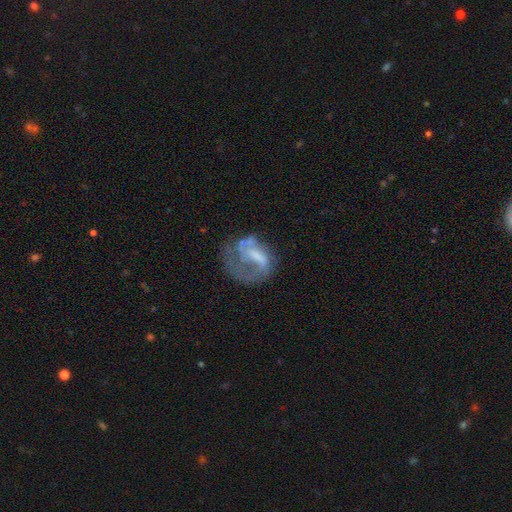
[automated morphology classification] smooth_or_featured: featured or disk (p=0.66) [alt: smooth p=0.25]
disk_edge_on: no (p=0.97) [alt: yes p=0.03]
bar: no (p=0.44) [alt: weak p=0.40]
has_spiral_arms: yes (p=0.64) [alt: no p=0.36]
bulge_size: none (p=0.39) [alt: moderate p=0.28]
merging: major disturbance (p=0.41) [alt: none p=0.35]